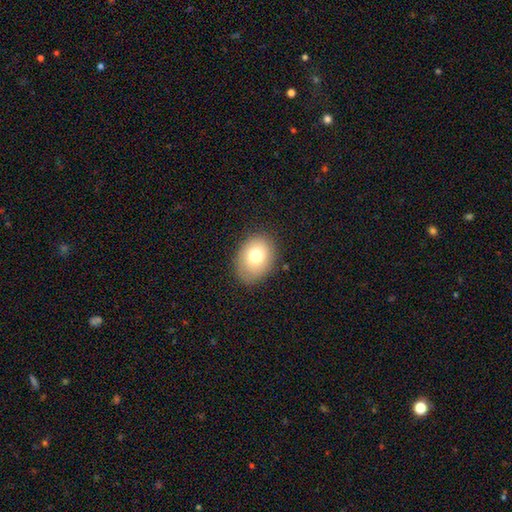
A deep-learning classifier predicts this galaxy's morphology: This appears to be a smooth galaxy with no disk features (75%) that is in between round and cigar-shaped (63%). Merging: none (82%).